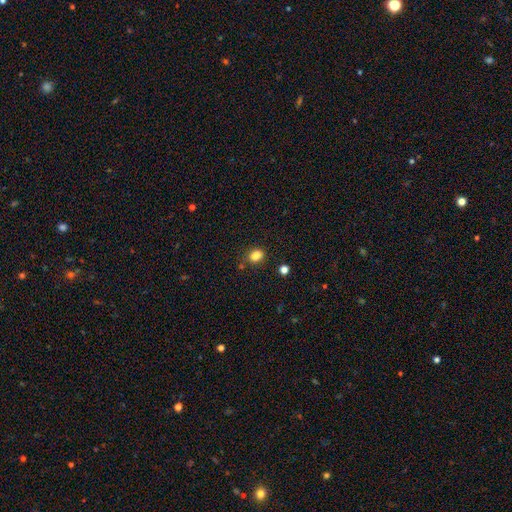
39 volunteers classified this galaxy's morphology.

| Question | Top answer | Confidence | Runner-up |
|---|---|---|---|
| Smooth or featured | smooth | 82% | star or artifact (10%) |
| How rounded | in between | 62% | round (34%) |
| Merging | none | 71% | minor disturbance (29%) |